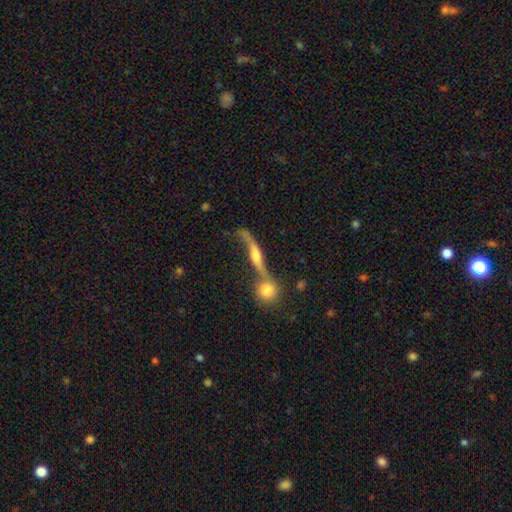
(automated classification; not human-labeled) This is likely a featured or disk galaxy (74%). It is likely viewed edge-on (75%). Edge-on bulge: clearly rounded (86%). Merging: possibly none (46%).